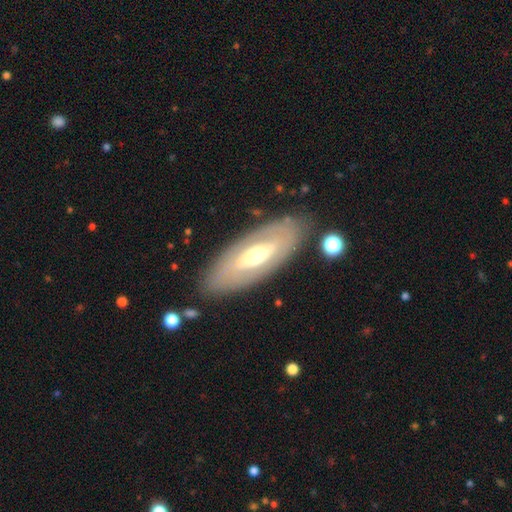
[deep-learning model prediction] Smooth or featured: featured or disk — 62% (smooth — 32%)
Edge-on disk: no — 78% (yes — 22%)
Merging: none — 83% (minor disturbance — 11%)